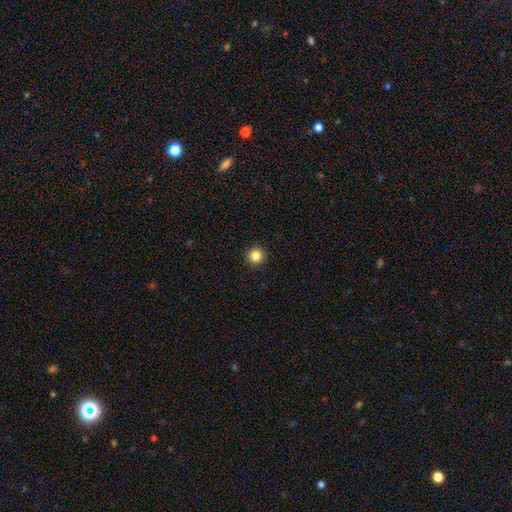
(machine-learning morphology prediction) Smooth or featured? Predicted: smooth (p=0.85). How rounded? Predicted: round (p=0.96). Merging? Predicted: none (p=0.94).